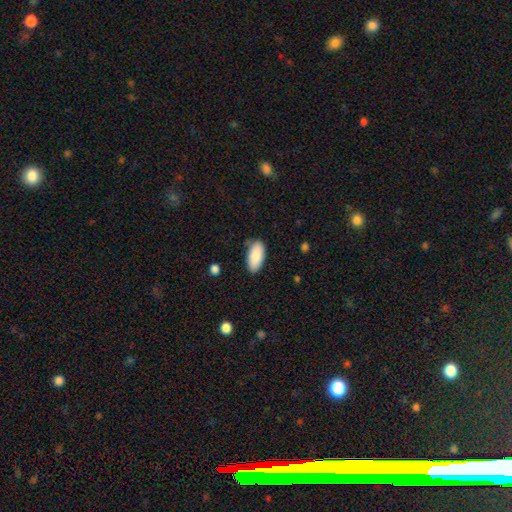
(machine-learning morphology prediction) type=smooth (88%); roundness=in between (91%); merging=none (80%).